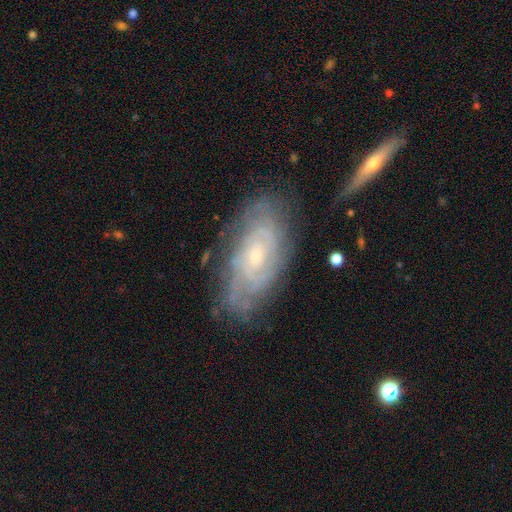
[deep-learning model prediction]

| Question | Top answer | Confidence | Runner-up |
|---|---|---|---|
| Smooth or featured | featured or disk | 81% | smooth (13%) |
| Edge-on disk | no | 92% | yes (8%) |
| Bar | no | 68% | weak (27%) |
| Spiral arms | yes | 92% | no (8%) |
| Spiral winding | tight | 71% | medium (24%) |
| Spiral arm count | can't tell | 49% | 2 (18%) |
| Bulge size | small | 62% | moderate (33%) |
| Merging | none | 72% | minor disturbance (19%) |